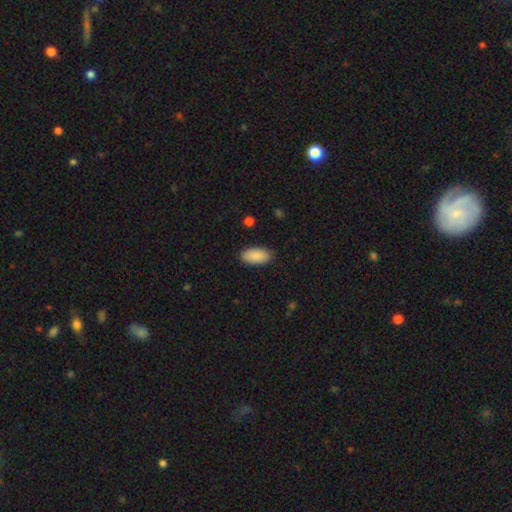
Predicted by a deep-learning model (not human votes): Smooth or featured: smooth — 89% (star or artifact — 6%)
How rounded: in between — 94% (cigar-shaped — 4%)
Merging: none — 88% (minor disturbance — 9%)